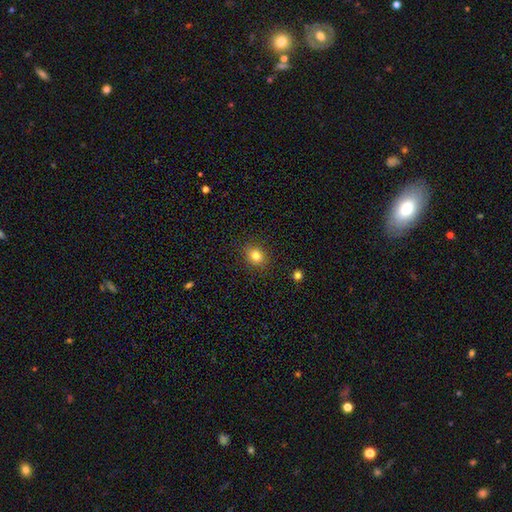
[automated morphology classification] Smooth or featured?
  - smooth: 80% *
  - star or artifact: 12%
  - featured or disk: 7%
How rounded?
  - round: 62% *
  - in between: 37%
  - cigar-shaped: 1%
Merging?
  - none: 88% *
  - minor disturbance: 8%
  - major disturbance: 2%
  - merger: 1%